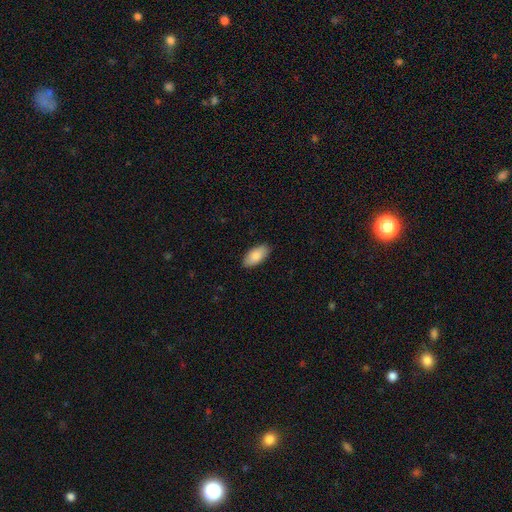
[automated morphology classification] smooth-or-featured: smooth: 87% | featured or disk: 7% | star or artifact: 6%
  how-rounded: in between: 94% | cigar-shaped: 4% | round: 2%
  merging: none: 88% | minor disturbance: 10% | major disturbance: 2% | merger: 1%